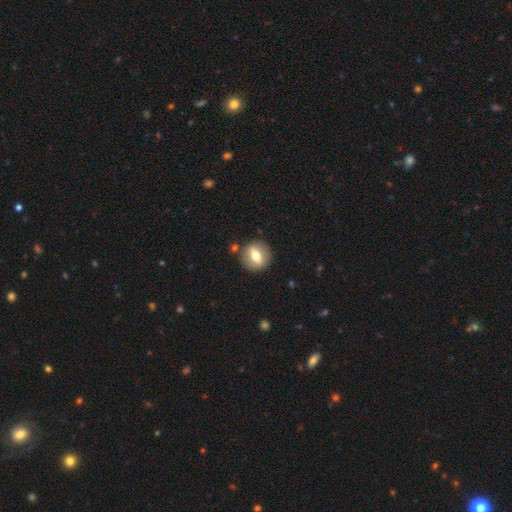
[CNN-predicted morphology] A smooth galaxy with no disk features (56%) that is round (77%).

Vote fractions:
- Smooth or featured? smooth: 56% / featured or disk: 37% / star or artifact: 8%
- How rounded? round: 77% / in between: 21% / cigar-shaped: 3%
- Merging? none: 86% / minor disturbance: 8% / merger: 3% / major disturbance: 3%